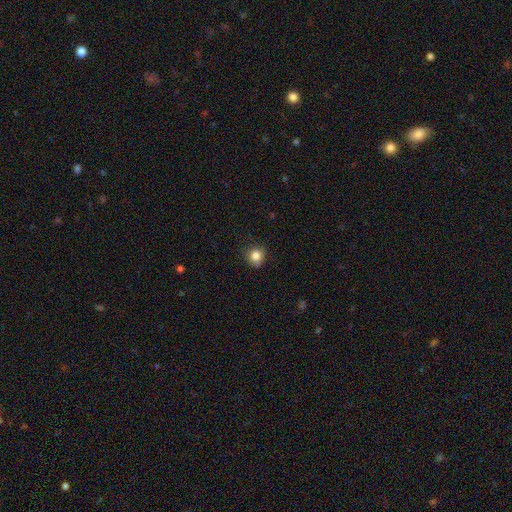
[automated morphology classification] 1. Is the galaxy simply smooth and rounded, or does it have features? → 83% smooth, 11% star or artifact, 6% featured or disk.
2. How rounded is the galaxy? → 86% round, 13% in between, 1% cigar-shaped.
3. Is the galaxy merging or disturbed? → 78% none, 18% minor disturbance, 3% major disturbance, 1% merger.